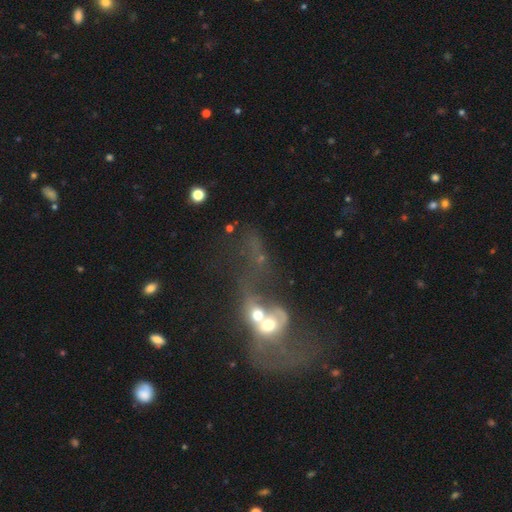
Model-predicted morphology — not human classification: Overall: featured or disk (51%; smooth 30%). Edge-on disk: no (94%). Merging: merger (77%).